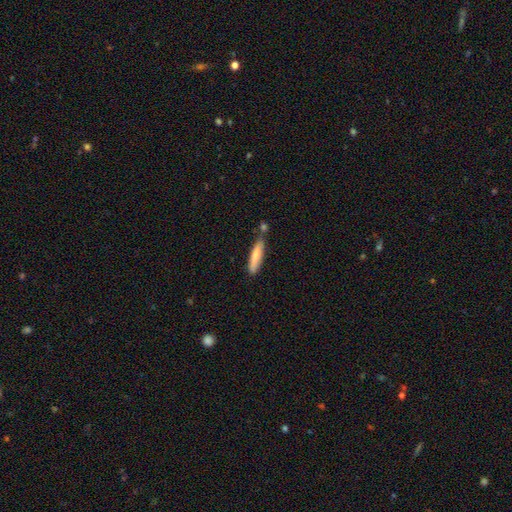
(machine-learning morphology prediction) This is likely a smooth galaxy (77%). How rounded: clearly cigar-shaped (84%). Merging: likely none (62%).